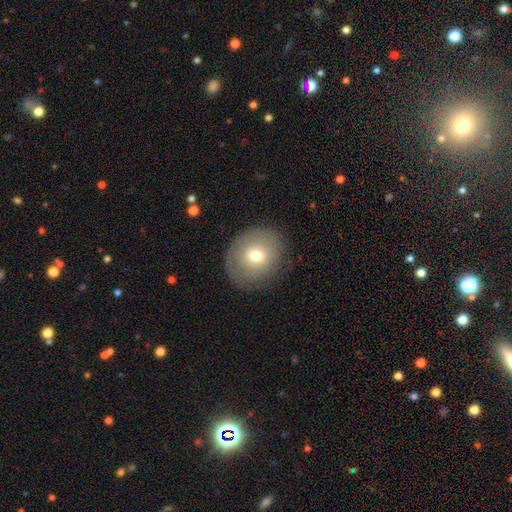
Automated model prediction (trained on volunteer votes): Smooth or featured: smooth — 68% (featured or disk — 23%)
How rounded: round — 69% (in between — 30%)
Merging: none — 82% (minor disturbance — 12%)